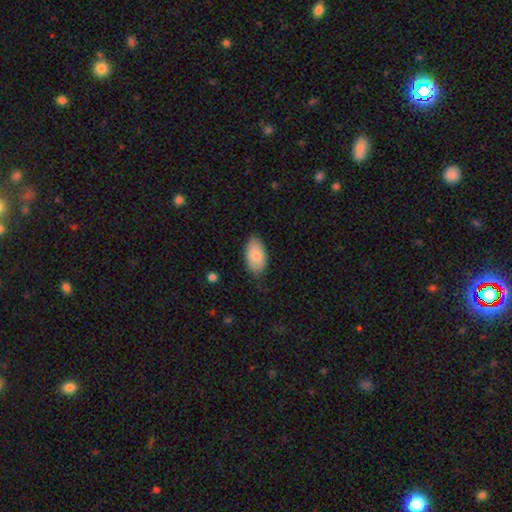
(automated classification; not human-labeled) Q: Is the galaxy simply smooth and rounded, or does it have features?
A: smooth — 85%.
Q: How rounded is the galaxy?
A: in between — 95%.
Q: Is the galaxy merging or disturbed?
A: none — 75%.